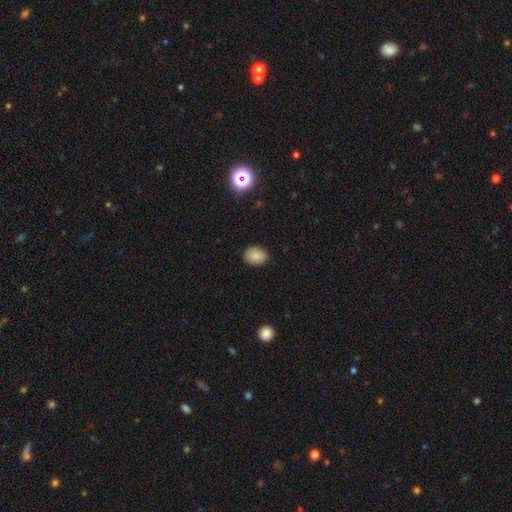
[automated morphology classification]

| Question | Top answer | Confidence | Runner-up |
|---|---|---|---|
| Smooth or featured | smooth | 84% | star or artifact (11%) |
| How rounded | in between | 62% | round (37%) |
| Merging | none | 86% | minor disturbance (10%) |